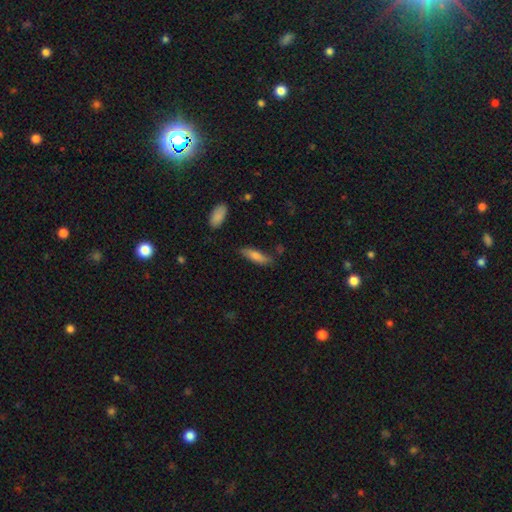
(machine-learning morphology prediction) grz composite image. It shows a smooth galaxy with no disk features (76%) that is cigar-shaped (61%). Merging: none (76%).